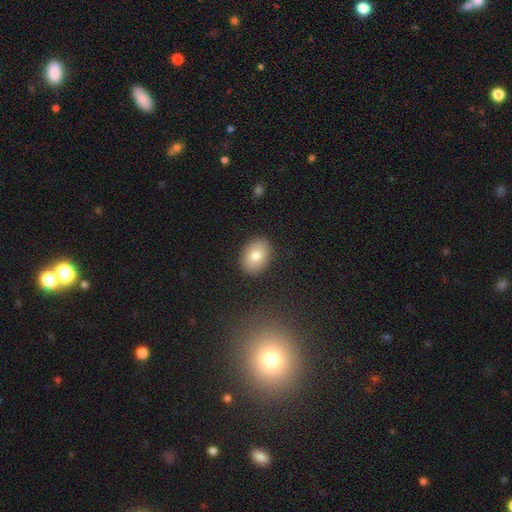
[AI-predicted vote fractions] Overall: smooth (81%). How rounded: in between (69%; round 30%). Merging: none (88%).